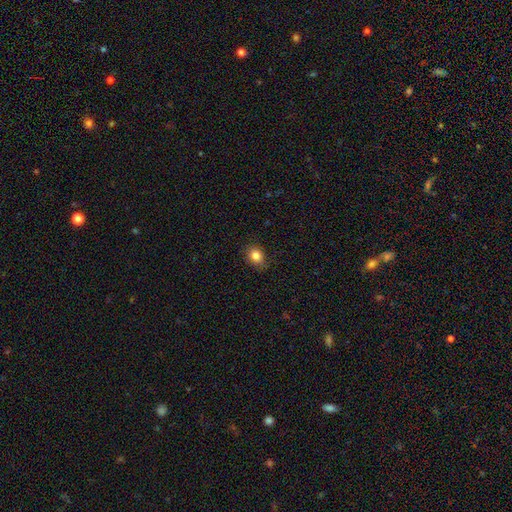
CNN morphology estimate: Smooth or featured? Predicted: smooth (p=0.84). How rounded? Predicted: round (p=0.51). Merging? Predicted: none (p=0.83).